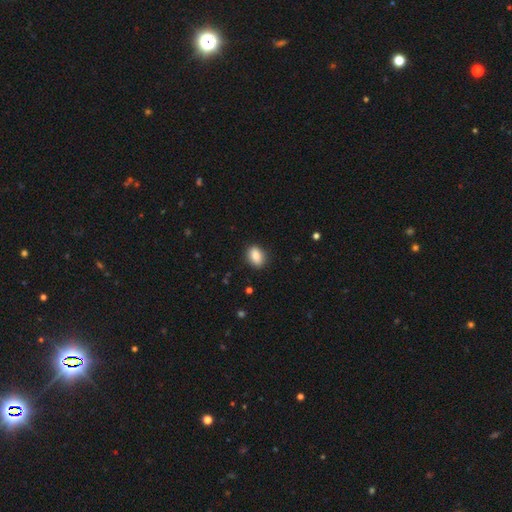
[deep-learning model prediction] smooth 87%, star or artifact 7%, featured or disk 6%. Down the decision tree: how rounded — in between (81%); merging — none (87%).